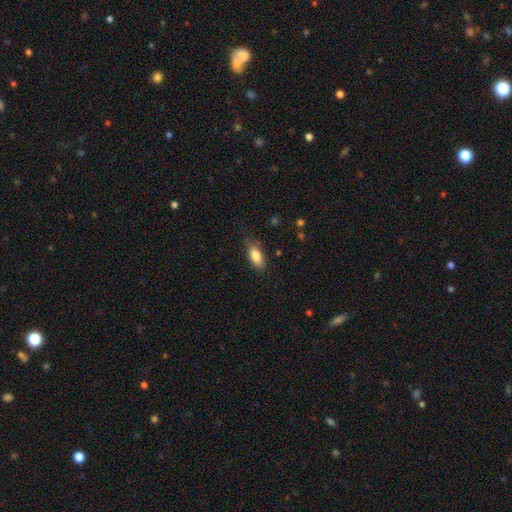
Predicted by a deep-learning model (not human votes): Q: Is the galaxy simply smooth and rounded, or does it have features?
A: smooth — 85%.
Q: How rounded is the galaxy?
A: in between — 84%.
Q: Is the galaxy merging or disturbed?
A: none — 79%.